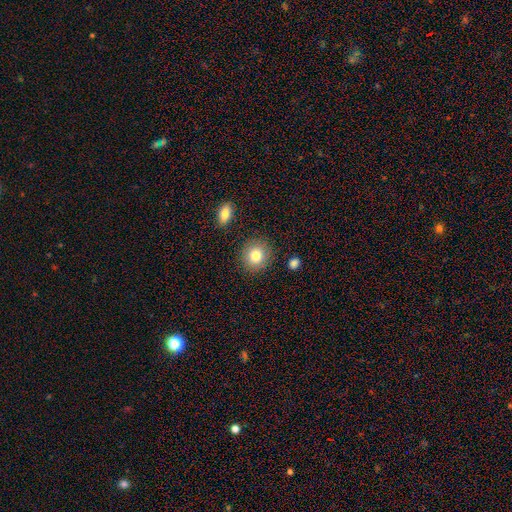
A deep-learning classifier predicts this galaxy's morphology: This appears to be a smooth galaxy with no disk features (81%) that is round (85%). Merging: none (87%).